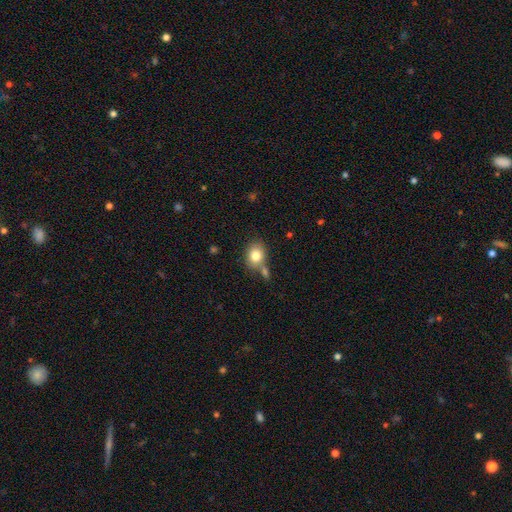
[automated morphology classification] A smooth galaxy with no disk features (80%) that is round (55%).

Vote fractions:
- Smooth or featured? smooth: 80% / featured or disk: 11% / star or artifact: 9%
- How rounded? round: 55% / in between: 44% / cigar-shaped: 1%
- Merging? none: 59% / merger: 21% / minor disturbance: 14% / major disturbance: 5%